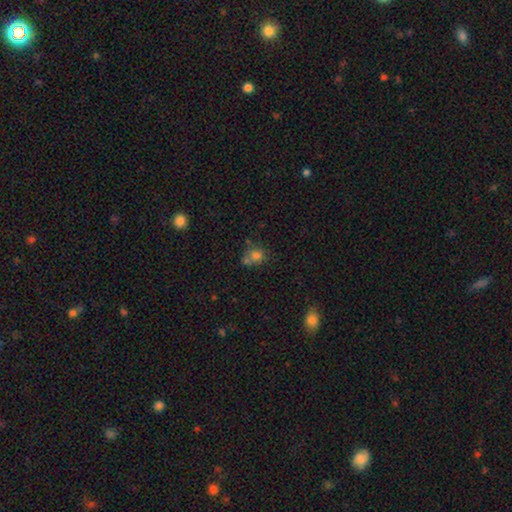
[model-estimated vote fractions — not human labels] smooth-or-featured: smooth: 71% | star or artifact: 16% | featured or disk: 14%
  how-rounded: round: 63% | in between: 36% | cigar-shaped: 1%
  merging: none: 43% | merger: 34% | minor disturbance: 15% | major disturbance: 8%